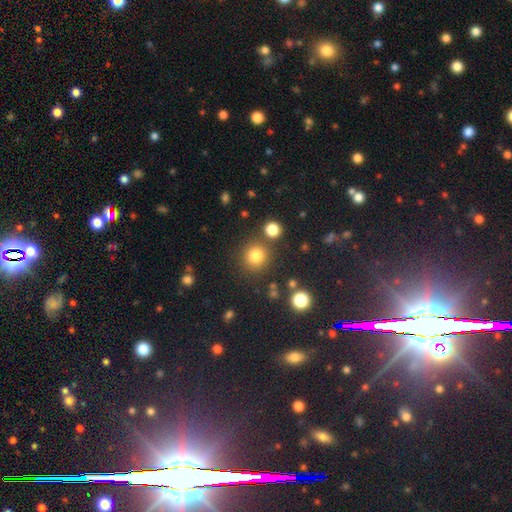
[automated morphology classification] Smooth or featured?
  - smooth: 81% *
  - star or artifact: 14%
  - featured or disk: 5%
How rounded?
  - round: 91% *
  - in between: 8%
  - cigar-shaped: 1%
Merging?
  - none: 82% *
  - minor disturbance: 8%
  - merger: 7%
  - major disturbance: 3%